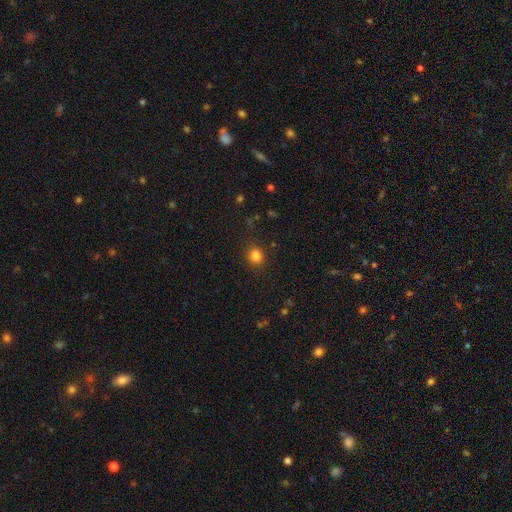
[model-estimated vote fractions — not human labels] This is clearly a smooth galaxy (83%). How rounded: likely round (71%). Merging: clearly none (86%).